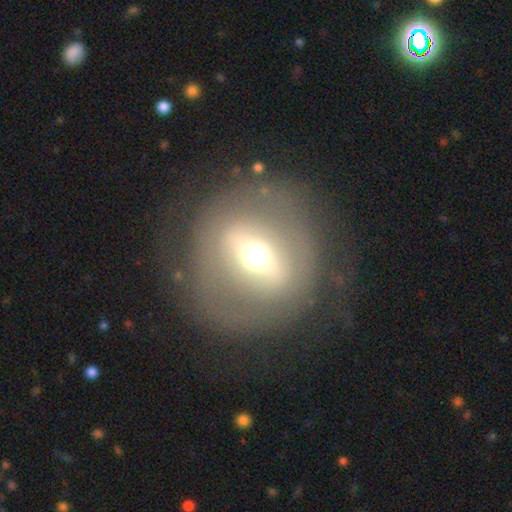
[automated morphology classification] The model was most divided on "bar": strong: 59%, weak: 27%, no: 14%. More confident: edge-on disk — no (84%); spiral arms — no (81%); merging — none (77%); bulge size — moderate (64%); smooth or featured — featured or disk (64%).